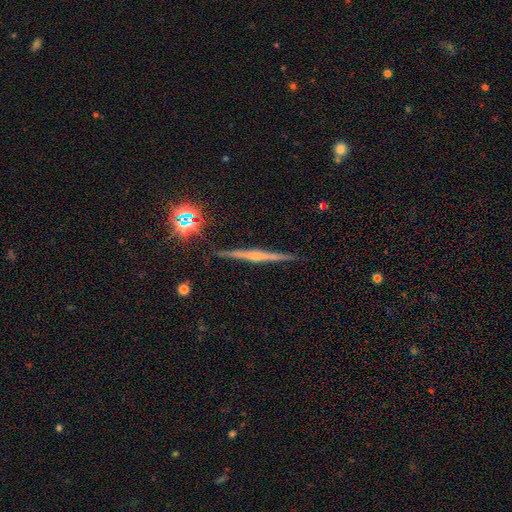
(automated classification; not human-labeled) The model was most divided on "edge-on bulge": rounded: 63%, none: 27%, boxy: 10%. More confident: edge-on disk — yes (98%); merging — none (91%); smooth or featured — featured or disk (70%).